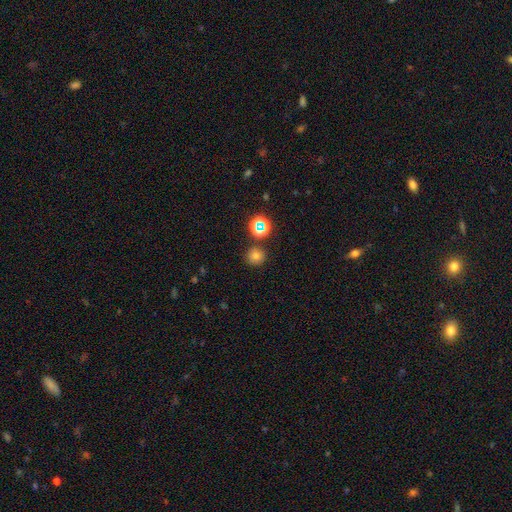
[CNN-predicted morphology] Smooth or featured? Predicted: smooth (p=0.72). How rounded? Predicted: round (p=0.93). Merging? Predicted: none (p=0.85).